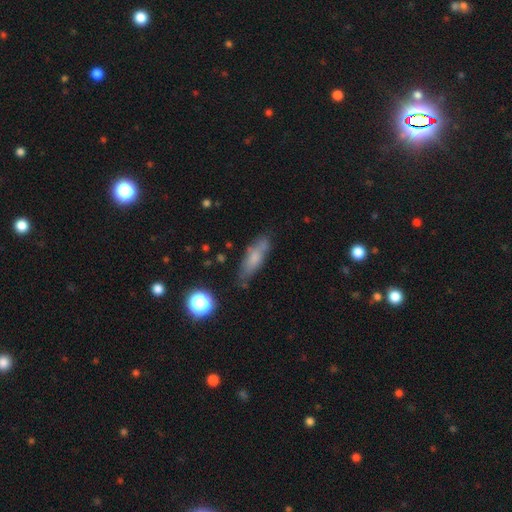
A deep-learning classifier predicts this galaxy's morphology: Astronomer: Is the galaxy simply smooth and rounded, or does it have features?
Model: smooth — 59%.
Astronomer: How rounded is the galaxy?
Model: cigar-shaped — 52% (runner-up: in between, 44%).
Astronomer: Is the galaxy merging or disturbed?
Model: none — 69%.